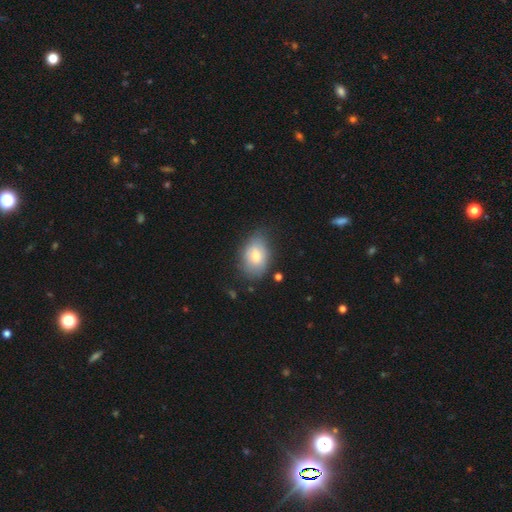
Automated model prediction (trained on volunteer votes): Overall: smooth (75%). How rounded: in between (88%). Merging: none (67%).